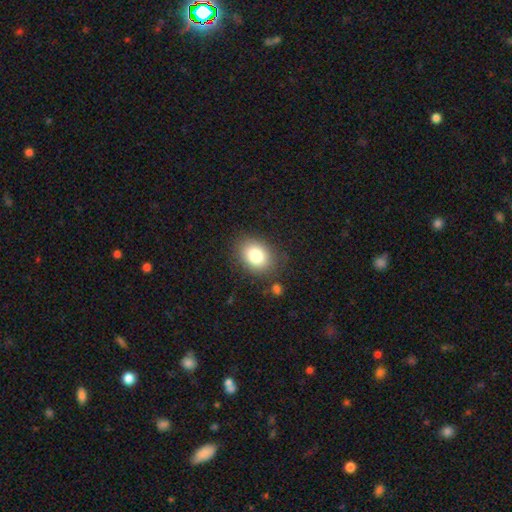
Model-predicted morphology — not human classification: A smooth galaxy with no disk features (83%) that is in between round and cigar-shaped (62%).

Vote fractions:
- Smooth or featured? smooth: 83% / star or artifact: 9% / featured or disk: 8%
- How rounded? in between: 62% / round: 37% / cigar-shaped: 1%
- Merging? none: 82% / minor disturbance: 11% / major disturbance: 4% / merger: 3%